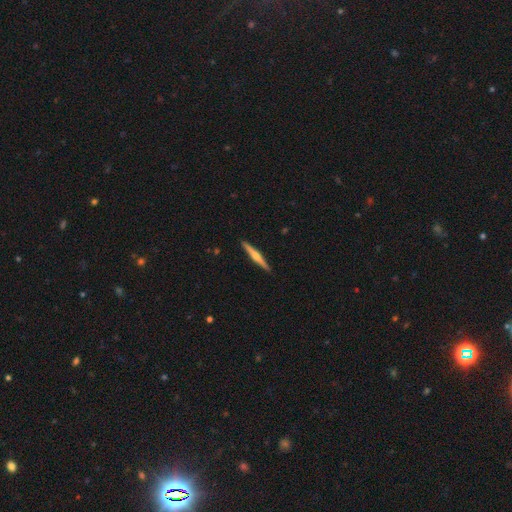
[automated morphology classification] featured or disk 62%, smooth 33%, star or artifact 5%. Down the decision tree: edge-on disk — yes (98%); edge-on bulge — rounded (72%); merging — none (92%).